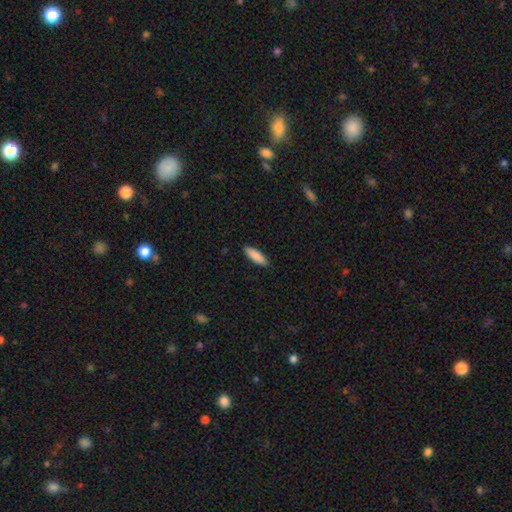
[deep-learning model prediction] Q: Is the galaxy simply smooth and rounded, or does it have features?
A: smooth — 88%.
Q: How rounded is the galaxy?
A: cigar-shaped — 49%, tied with in between.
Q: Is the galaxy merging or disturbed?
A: none — 89%.